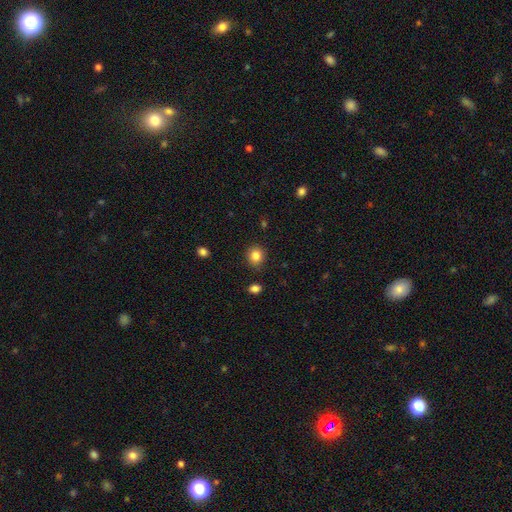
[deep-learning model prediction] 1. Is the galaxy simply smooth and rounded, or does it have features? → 84% smooth, 11% star or artifact, 5% featured or disk.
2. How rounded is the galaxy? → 85% round, 15% in between, 1% cigar-shaped.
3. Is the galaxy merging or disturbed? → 89% none, 7% minor disturbance, 2% major disturbance, 2% merger.